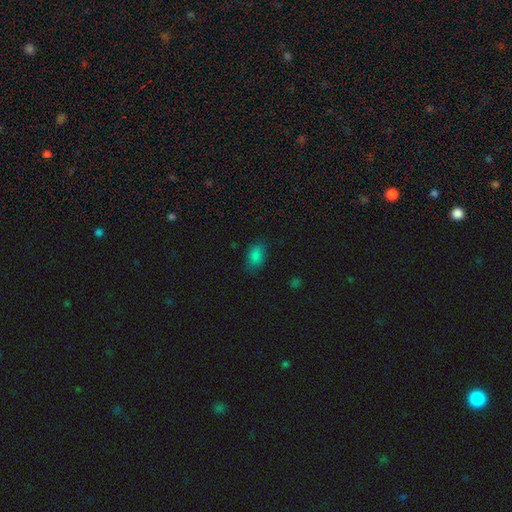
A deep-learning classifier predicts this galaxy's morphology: The model was most divided on "merging": none: 78%, minor disturbance: 16%, major disturbance: 4%, merger: 1%. More confident: how rounded — in between (88%); smooth or featured — smooth (84%).